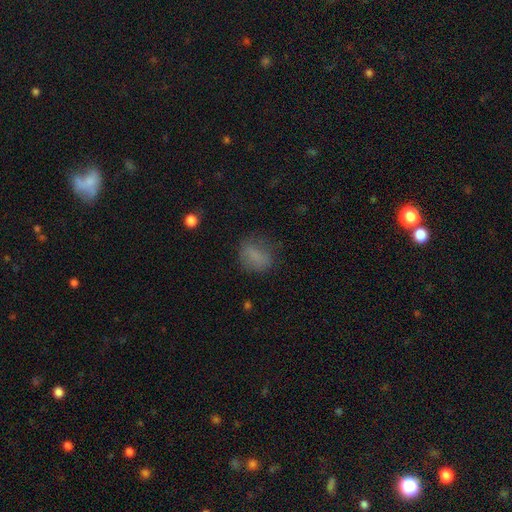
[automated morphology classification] Smooth or featured? smooth (75%)
How rounded? in between (54%)
Merging? none (65%)